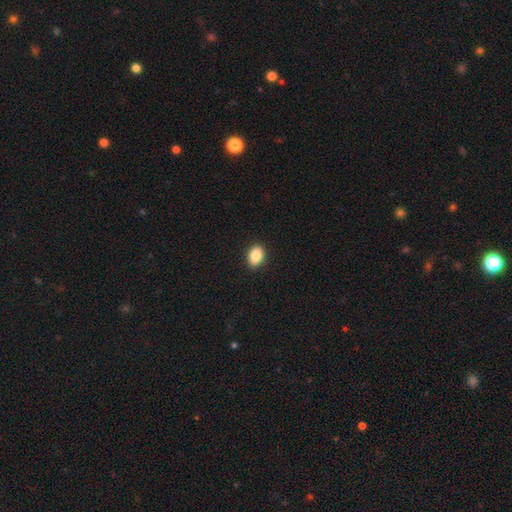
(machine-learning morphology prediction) Q: Smooth or featured?
A: smooth (87%); runner-up: star or artifact (8%)
Q: How rounded?
A: in between (80%); runner-up: round (18%)
Q: Merging?
A: none (90%); runner-up: minor disturbance (7%)